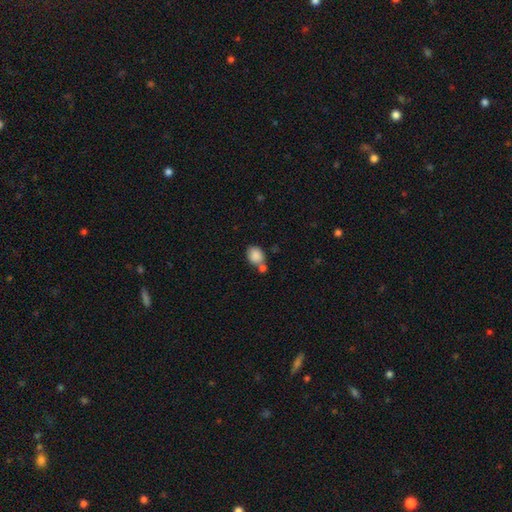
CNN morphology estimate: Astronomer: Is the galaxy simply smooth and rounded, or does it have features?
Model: smooth — 85%.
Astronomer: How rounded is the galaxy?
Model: in between — 59% (runner-up: round, 40%).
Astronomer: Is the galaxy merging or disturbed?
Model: none — 48% (runner-up: merger, 31%).